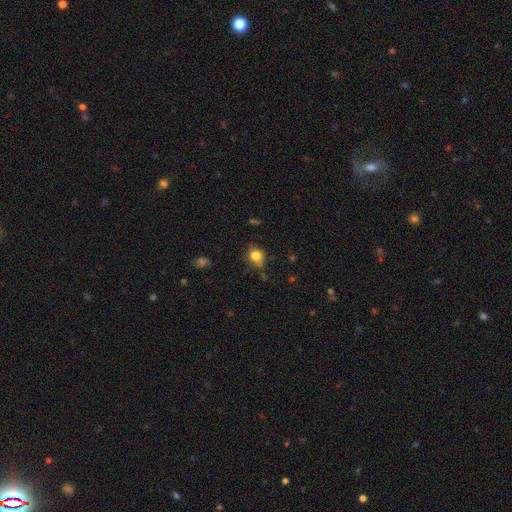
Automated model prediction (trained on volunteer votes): Smooth or featured?
  - smooth: 80% *
  - star or artifact: 12%
  - featured or disk: 8%
How rounded?
  - round: 80% *
  - in between: 19%
  - cigar-shaped: 1%
Merging?
  - none: 65% *
  - minor disturbance: 23%
  - major disturbance: 6%
  - merger: 5%